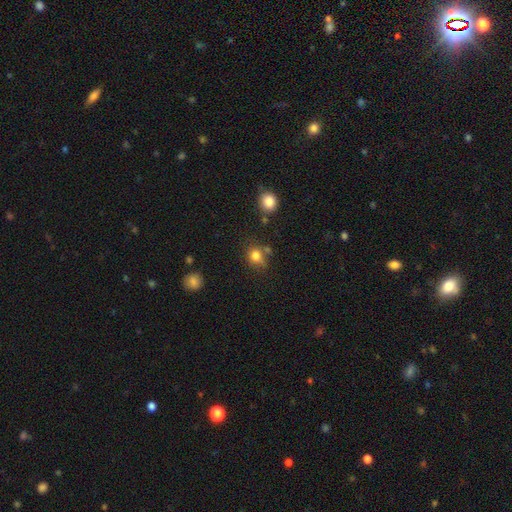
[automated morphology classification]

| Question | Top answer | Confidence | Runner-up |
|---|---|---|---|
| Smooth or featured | smooth | 79% | star or artifact (13%) |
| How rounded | round | 67% | in between (32%) |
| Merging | none | 59% | minor disturbance (21%) |